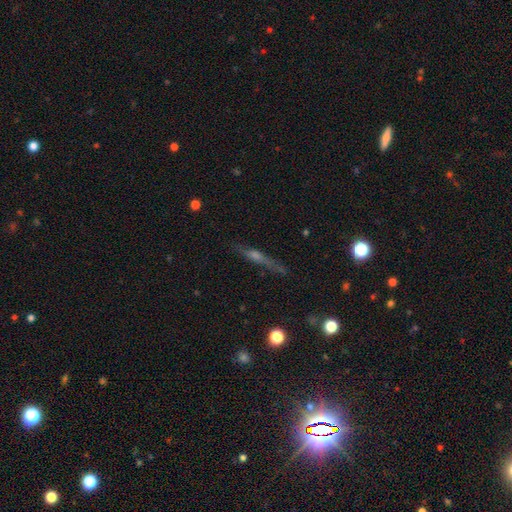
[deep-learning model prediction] This is possibly a featured or disk galaxy (59%). It is clearly viewed edge-on (93%). Edge-on bulge: likely rounded (65%). Merging: likely none (77%).